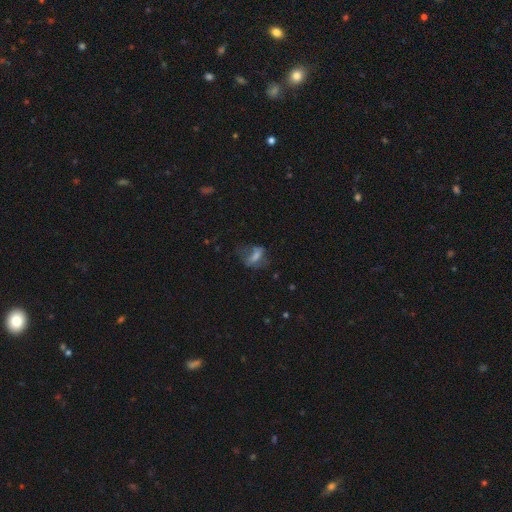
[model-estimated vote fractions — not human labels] smooth_or_featured: smooth (p=0.43) [alt: featured or disk p=0.40]
merging: none (p=0.48) [alt: major disturbance p=0.26]